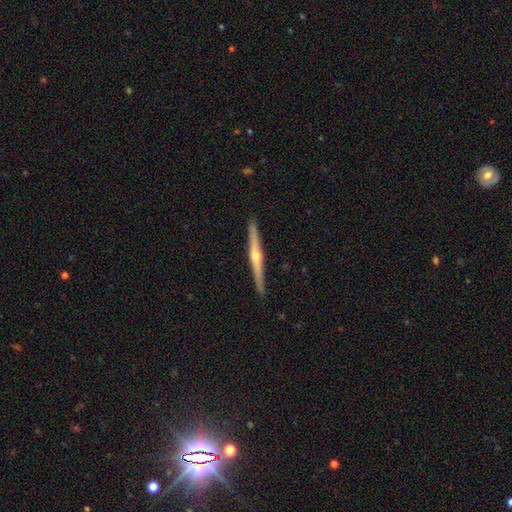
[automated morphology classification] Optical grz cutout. It shows a featured or disk galaxy (79%) viewed edge-on (98%) with a rounded central bulge (90%). Merging: none (92%).